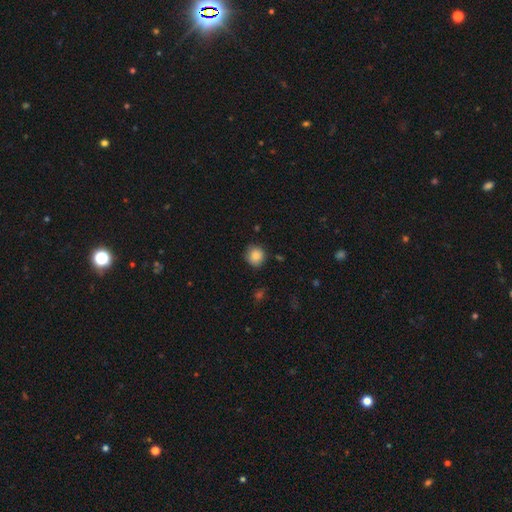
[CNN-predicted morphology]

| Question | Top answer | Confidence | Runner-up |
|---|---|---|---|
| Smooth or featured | smooth | 88% | star or artifact (9%) |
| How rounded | round | 90% | in between (9%) |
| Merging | none | 80% | minor disturbance (15%) |